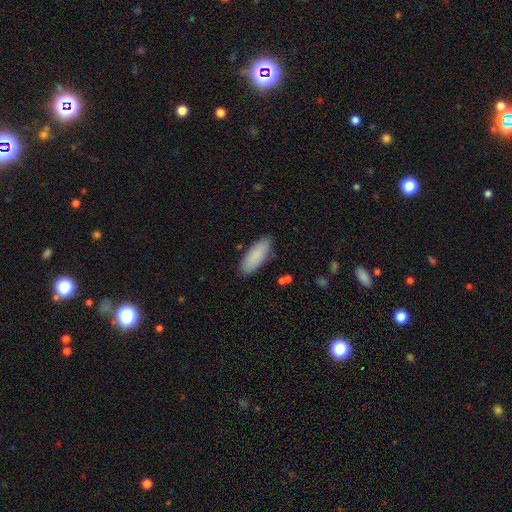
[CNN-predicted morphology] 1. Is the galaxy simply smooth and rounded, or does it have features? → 87% smooth, 7% featured or disk, 6% star or artifact.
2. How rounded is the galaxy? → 74% in between, 25% cigar-shaped, 2% round.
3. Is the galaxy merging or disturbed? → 87% none, 10% minor disturbance, 2% major disturbance, 1% merger.